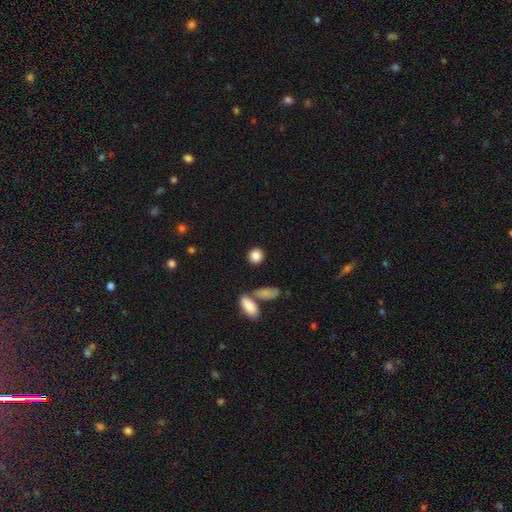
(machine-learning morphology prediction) Q: Smooth or featured?
A: smooth (86%); runner-up: star or artifact (8%)
Q: How rounded?
A: round (78%); runner-up: in between (20%)
Q: Merging?
A: none (84%); runner-up: minor disturbance (8%)